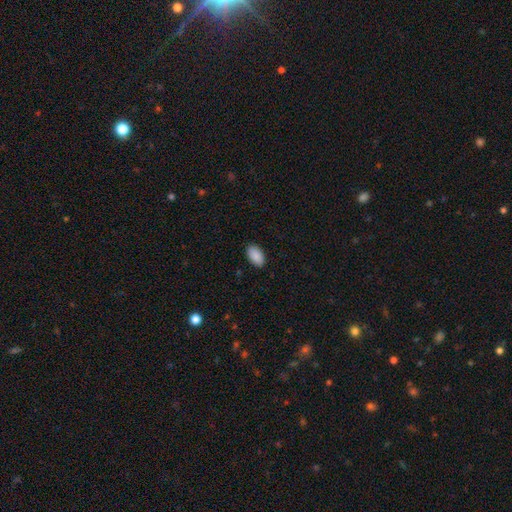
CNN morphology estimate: The model was most divided on "merging": none: 89%, minor disturbance: 8%, major disturbance: 2%, merger: 1%. More confident: how rounded — in between (95%); smooth or featured — smooth (90%).